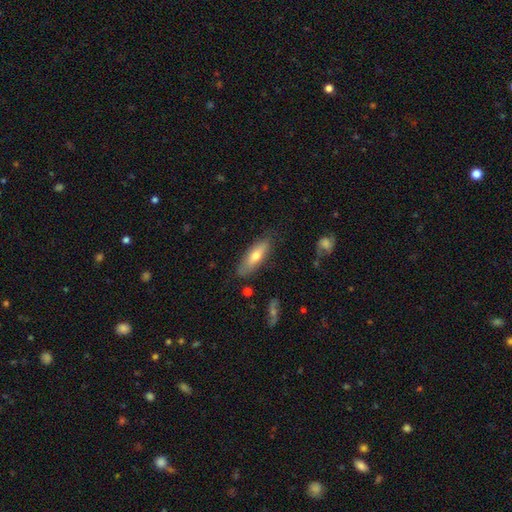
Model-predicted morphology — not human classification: This appears to be a smooth galaxy with no disk features (65%) that is cigar-shaped (51%). Merging: none (81%).